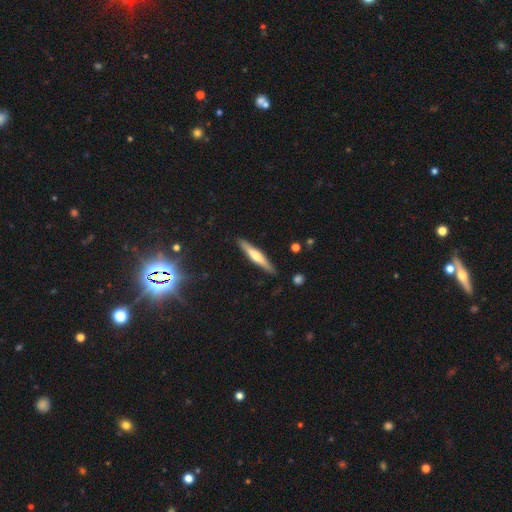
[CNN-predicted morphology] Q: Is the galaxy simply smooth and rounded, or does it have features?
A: featured or disk — 51%.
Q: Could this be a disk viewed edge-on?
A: yes — 96%.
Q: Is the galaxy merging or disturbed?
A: none — 89%.